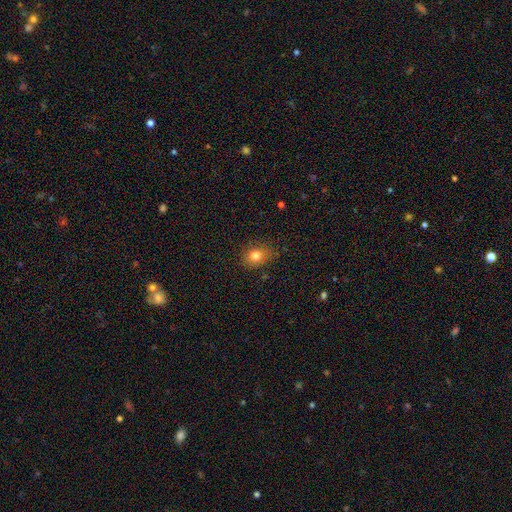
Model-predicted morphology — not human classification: Smooth or featured?
  - smooth: 79% *
  - star or artifact: 12%
  - featured or disk: 9%
How rounded?
  - round: 53% *
  - in between: 46%
  - cigar-shaped: 1%
Merging?
  - none: 80% *
  - minor disturbance: 15%
  - major disturbance: 4%
  - merger: 1%